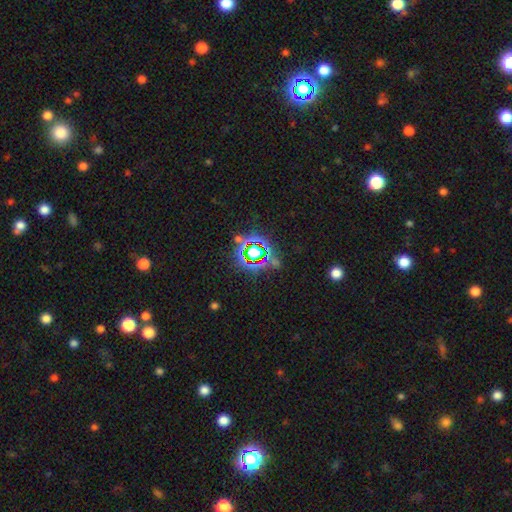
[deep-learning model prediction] This appears to be a star or artifact, not a galaxy (72%).